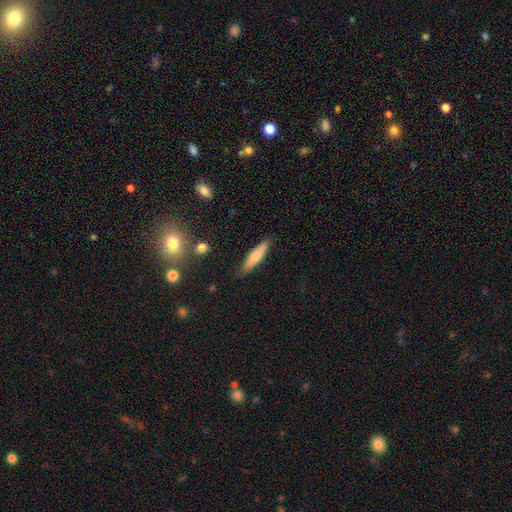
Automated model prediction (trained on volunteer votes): Morphology: type=smooth (71%); roundness=cigar-shaped (80%); merging=none (86%).